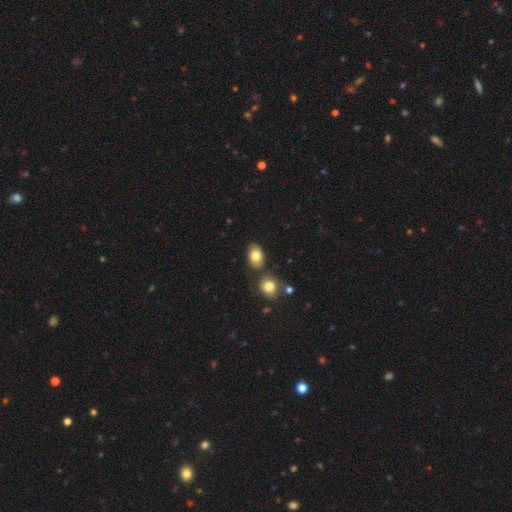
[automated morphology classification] smooth-or-featured: smooth: 80% | featured or disk: 12% | star or artifact: 8%
  how-rounded: in between: 84% | round: 14% | cigar-shaped: 1%
  merging: none: 72% | merger: 13% | minor disturbance: 12% | major disturbance: 3%